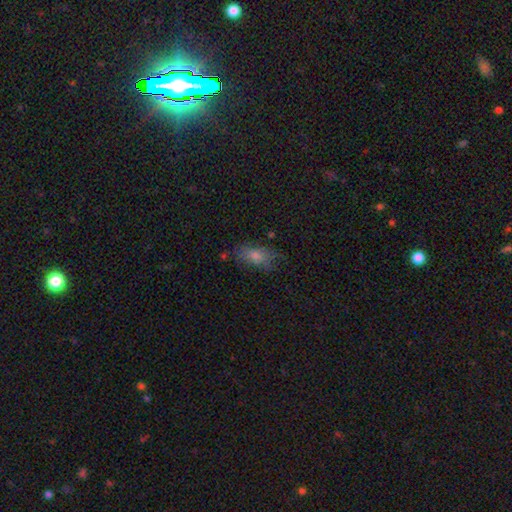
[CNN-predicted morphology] Smooth or featured? smooth (65%)
How rounded? in between (80%)
Merging? none (68%)